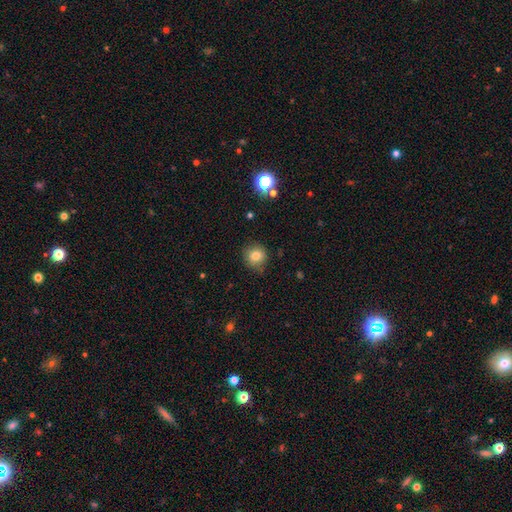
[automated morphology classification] A smooth galaxy with no disk features (79%) that is round (89%). Merging: none (83%).